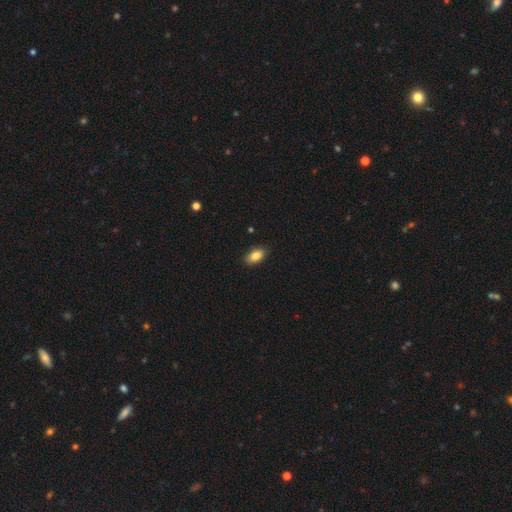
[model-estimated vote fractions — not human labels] smooth_or_featured: smooth (p=0.86) [alt: star or artifact p=0.08]
how_rounded: in between (p=0.91) [alt: round p=0.05]
merging: none (p=0.87) [alt: minor disturbance p=0.10]